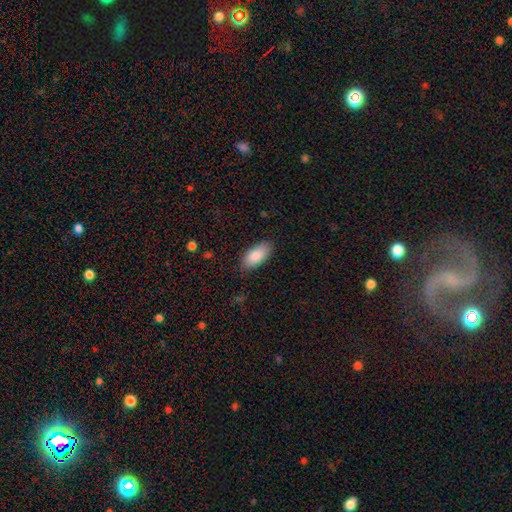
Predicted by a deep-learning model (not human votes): smooth 86%, featured or disk 8%, star or artifact 6%. Down the decision tree: how rounded — in between (91%); merging — none (82%).